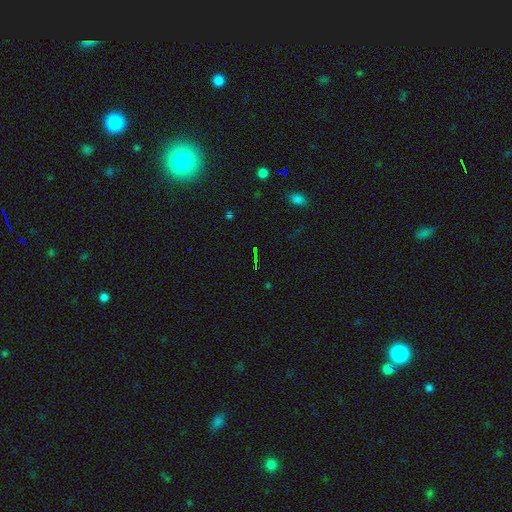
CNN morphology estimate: Smooth or featured? star or artifact (74%)